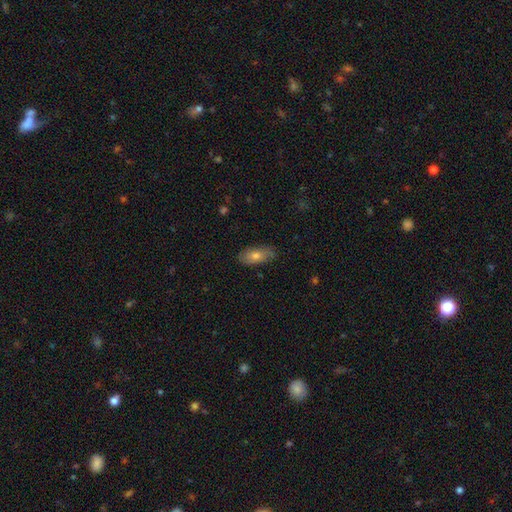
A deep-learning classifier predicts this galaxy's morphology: Smooth or featured?
  - smooth: 69% *
  - featured or disk: 24%
  - star or artifact: 7%
How rounded?
  - in between: 86% *
  - cigar-shaped: 11%
  - round: 3%
Merging?
  - none: 81% *
  - minor disturbance: 15%
  - major disturbance: 3%
  - merger: 1%